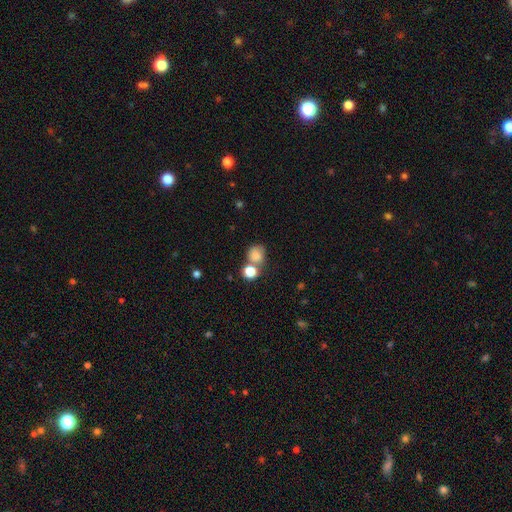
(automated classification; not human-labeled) This appears to be a smooth galaxy with no disk features (81%) that is round (74%). Merging: none (47%).